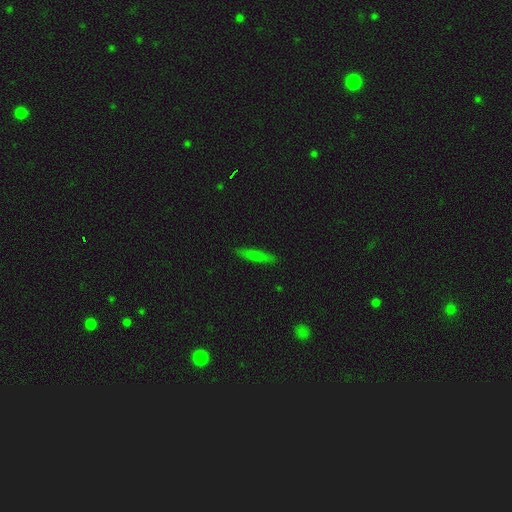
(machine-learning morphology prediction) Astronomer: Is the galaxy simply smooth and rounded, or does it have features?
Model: smooth — 71%.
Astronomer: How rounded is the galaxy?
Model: cigar-shaped — 86%.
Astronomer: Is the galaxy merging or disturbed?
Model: none — 87%.